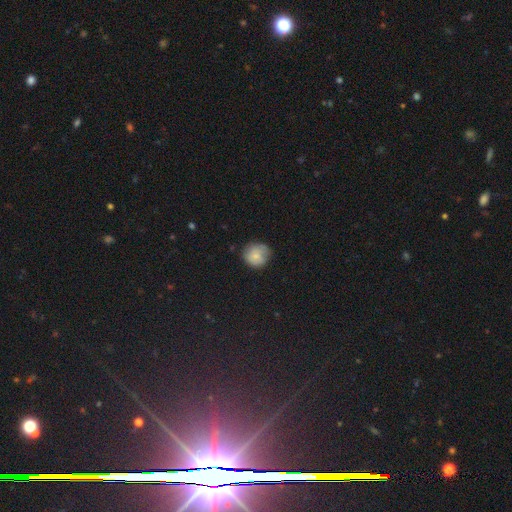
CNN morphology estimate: This is likely a smooth galaxy (76%). How rounded: clearly round (87%). Merging: likely none (69%).